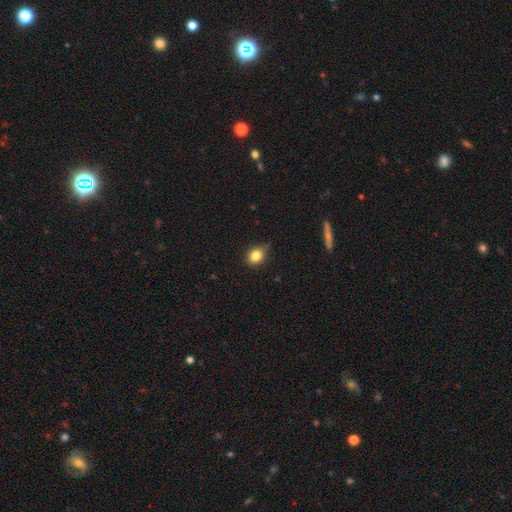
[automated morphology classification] The model was most divided on "how rounded": round: 50%, in between: 49%, cigar-shaped: 2%. More confident: smooth or featured — smooth (82%); merging — none (74%).